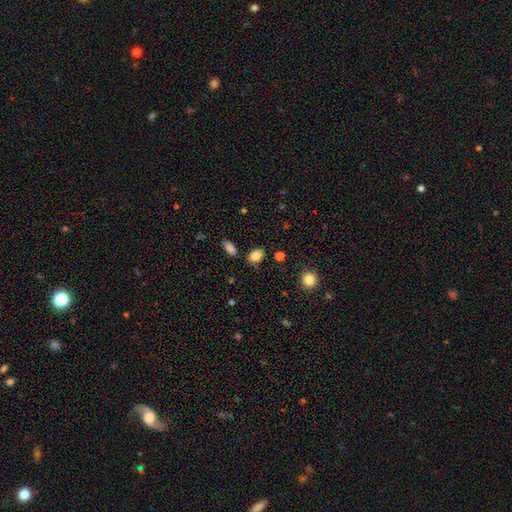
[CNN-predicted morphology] Q: Smooth or featured?
A: smooth (84%); runner-up: star or artifact (9%)
Q: How rounded?
A: in between (79%); runner-up: round (20%)
Q: Merging?
A: none (82%); runner-up: minor disturbance (11%)